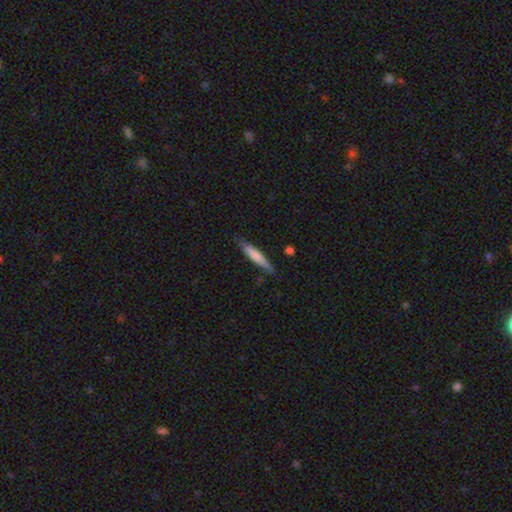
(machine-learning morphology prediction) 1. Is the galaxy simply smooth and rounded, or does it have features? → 68% smooth, 26% featured or disk, 5% star or artifact.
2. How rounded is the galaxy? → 89% cigar-shaped, 9% in between, 1% round.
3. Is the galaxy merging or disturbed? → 80% none, 15% minor disturbance, 3% major disturbance, 2% merger.